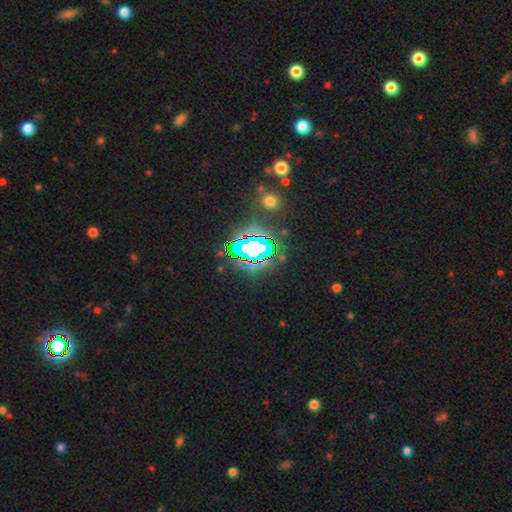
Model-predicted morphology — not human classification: smooth_or_featured: star or artifact (p=0.80) [alt: smooth p=0.12]